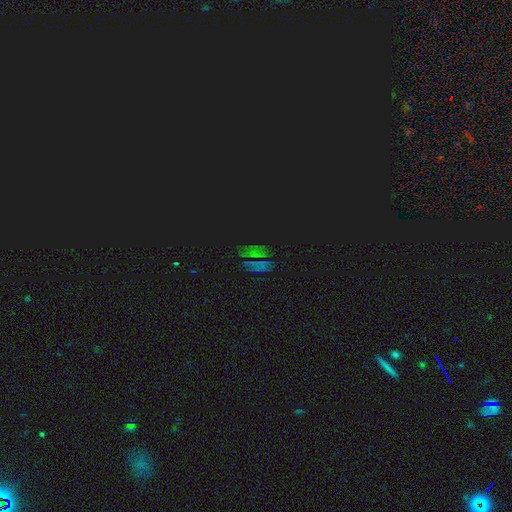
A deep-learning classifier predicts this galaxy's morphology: type=star or artifact (66%).